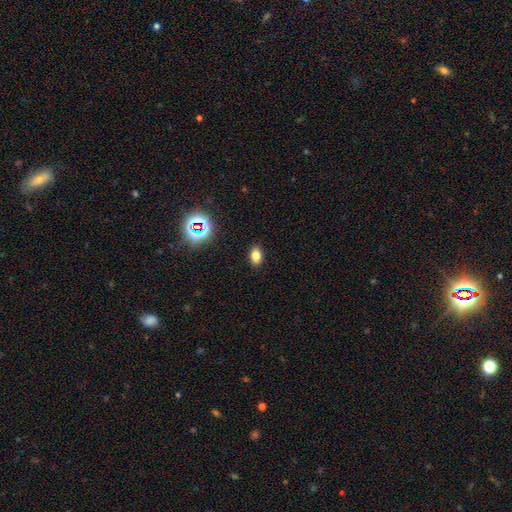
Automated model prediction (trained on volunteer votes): Overall: smooth (77%). How rounded: in between (83%). Merging: none (89%).